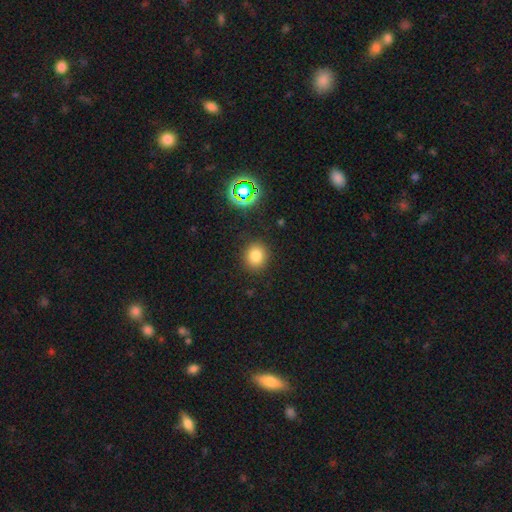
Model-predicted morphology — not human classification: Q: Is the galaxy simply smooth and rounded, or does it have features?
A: smooth — 79%.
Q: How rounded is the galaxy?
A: round — 81%.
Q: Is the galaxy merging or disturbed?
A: none — 89%.